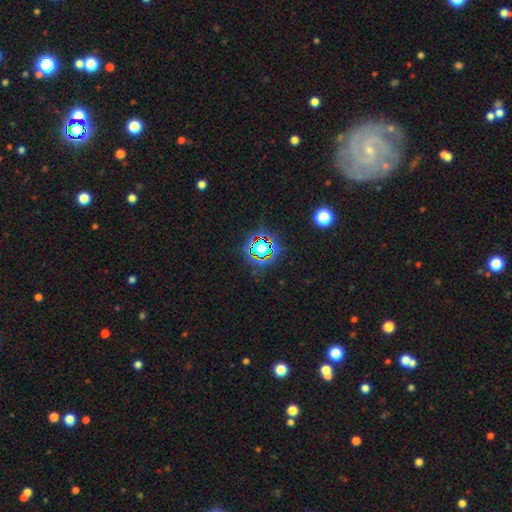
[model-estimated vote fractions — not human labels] Smooth or featured: star or artifact — 76% (smooth — 15%)